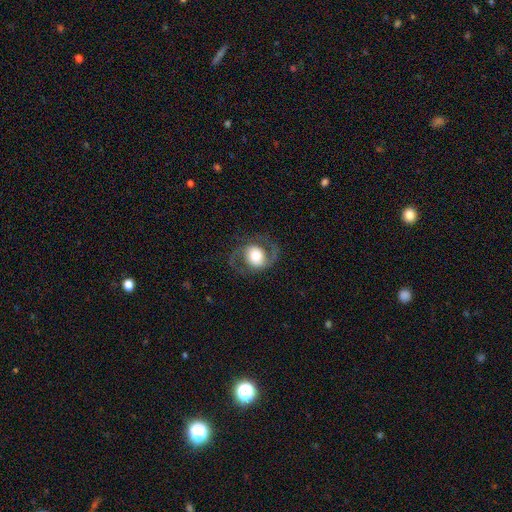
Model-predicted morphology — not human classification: smooth_or_featured: featured or disk (p=0.76) [alt: smooth p=0.18]
disk_edge_on: no (p=0.97) [alt: yes p=0.03]
bar: no (p=0.63) [alt: weak p=0.27]
has_spiral_arms: yes (p=0.91) [alt: no p=0.09]
spiral_winding: medium (p=0.51) [alt: loose p=0.35]
spiral_arm_count: 2 (p=0.92) [alt: 1 p=0.02]
bulge_size: moderate (p=0.43) [alt: large p=0.40]
merging: none (p=0.75) [alt: minor disturbance p=0.13]